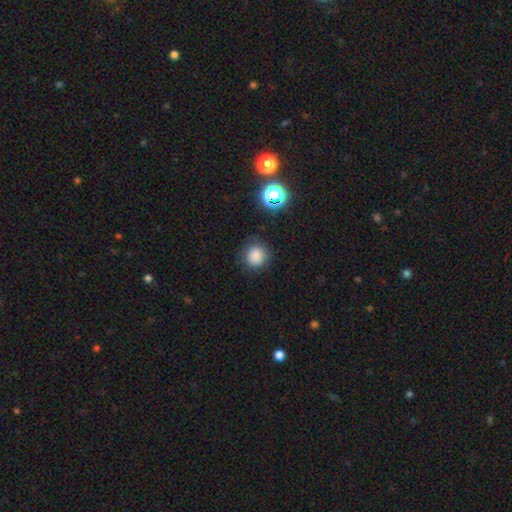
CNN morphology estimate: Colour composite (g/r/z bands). It shows a smooth galaxy with no disk features (82%) that is round (92%). Merging: none (85%).